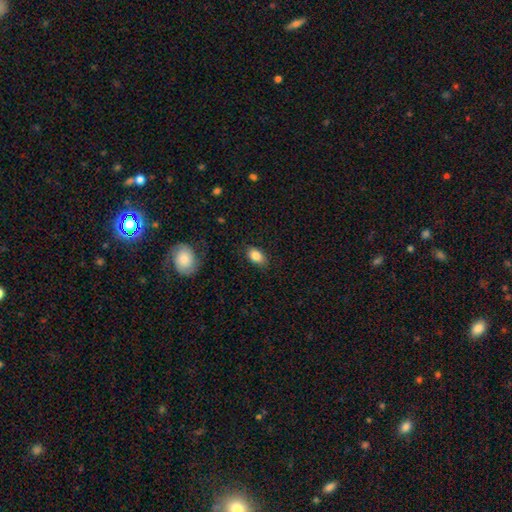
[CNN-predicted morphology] Q: Smooth or featured?
A: smooth (86%); runner-up: star or artifact (8%)
Q: How rounded?
A: in between (89%); runner-up: round (10%)
Q: Merging?
A: none (82%); runner-up: minor disturbance (13%)